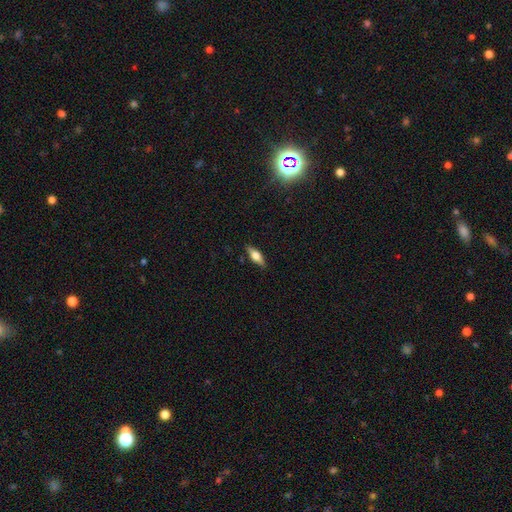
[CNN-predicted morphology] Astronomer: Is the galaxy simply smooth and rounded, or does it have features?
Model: smooth — 52% (runner-up: featured or disk, 41%).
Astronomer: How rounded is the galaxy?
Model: in between — 58% (runner-up: cigar-shaped, 39%).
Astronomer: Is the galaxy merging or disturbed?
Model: none — 87%.